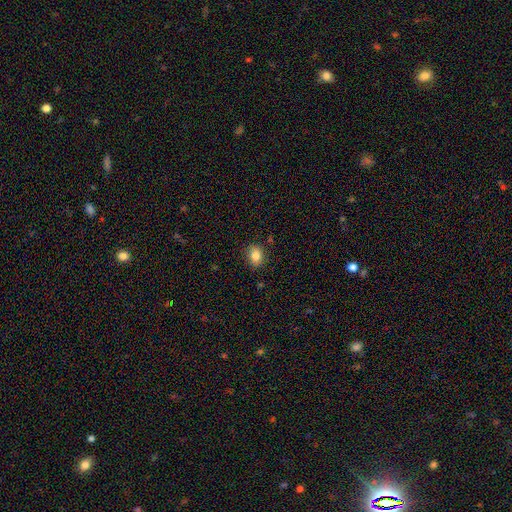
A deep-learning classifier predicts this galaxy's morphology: Smooth or featured: smooth — 84% (star or artifact — 10%)
How rounded: round — 52% (in between — 47%)
Merging: none — 84% (minor disturbance — 12%)